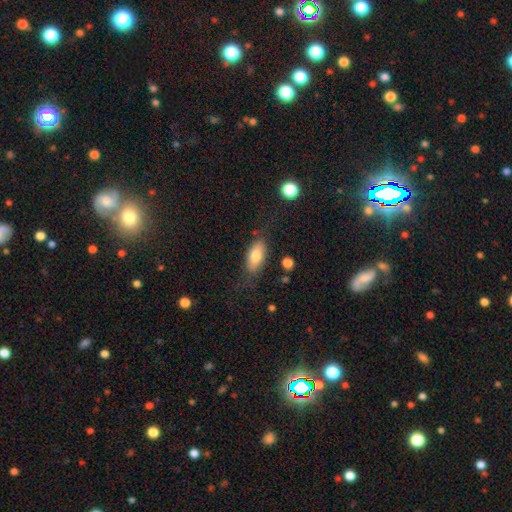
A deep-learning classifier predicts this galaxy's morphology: This appears to be a smooth galaxy with no disk features (76%) that is in between round and cigar-shaped (86%). Merging: none (70%).